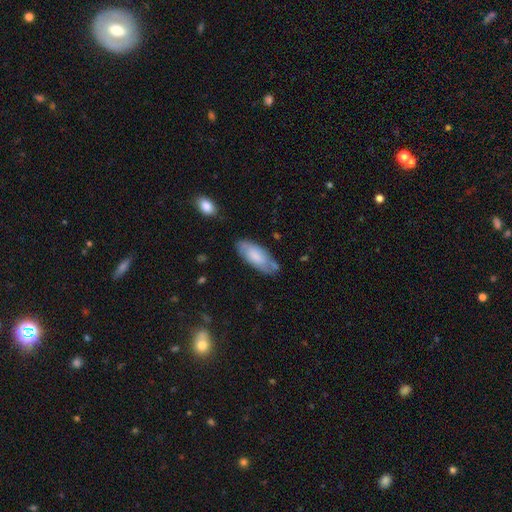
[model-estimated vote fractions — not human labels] Overall: smooth (67%). How rounded: in between (81%). Merging: none (72%).